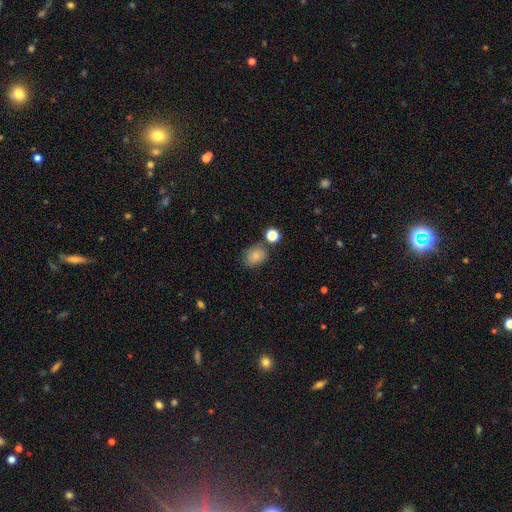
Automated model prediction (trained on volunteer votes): Smooth or featured?
  - smooth: 81% *
  - star or artifact: 11%
  - featured or disk: 8%
How rounded?
  - in between: 61% *
  - round: 38%
  - cigar-shaped: 1%
Merging?
  - none: 71% *
  - minor disturbance: 16%
  - merger: 8%
  - major disturbance: 4%